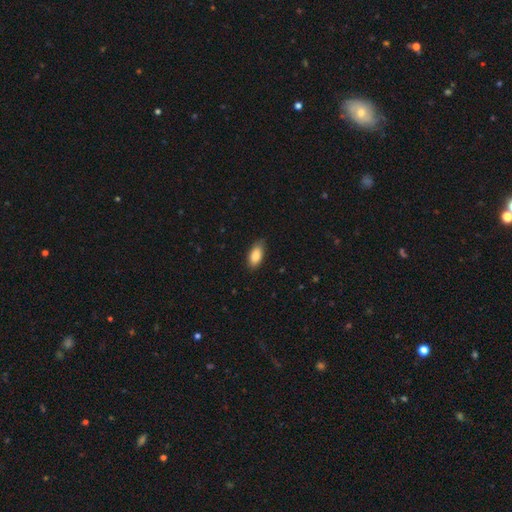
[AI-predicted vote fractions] Smooth or featured?
  - smooth: 86% *
  - featured or disk: 7%
  - star or artifact: 7%
How rounded?
  - in between: 90% *
  - cigar-shaped: 7%
  - round: 3%
Merging?
  - none: 83% *
  - minor disturbance: 14%
  - major disturbance: 2%
  - merger: 1%